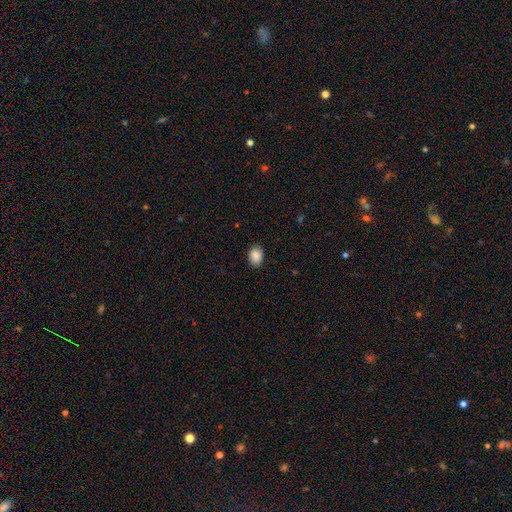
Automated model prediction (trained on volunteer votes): This is clearly a smooth galaxy (89%). How rounded: likely in between (69%). Merging: clearly none (87%).